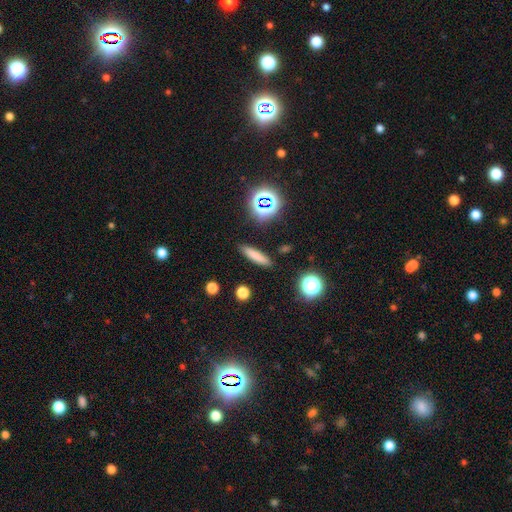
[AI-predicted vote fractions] Q: Smooth or featured?
A: smooth (76%); runner-up: star or artifact (12%)
Q: How rounded?
A: cigar-shaped (82%); runner-up: in between (15%)
Q: Merging?
A: none (89%); runner-up: minor disturbance (7%)